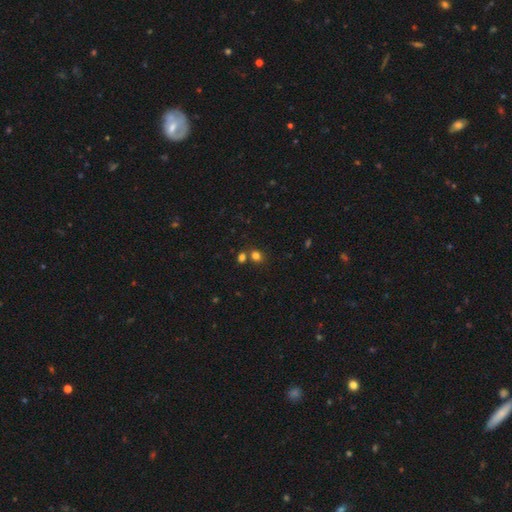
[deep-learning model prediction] The model was most divided on "merging": none: 64%, merger: 25%, minor disturbance: 8%, major disturbance: 3%. More confident: smooth or featured — smooth (77%); how rounded — round (73%).